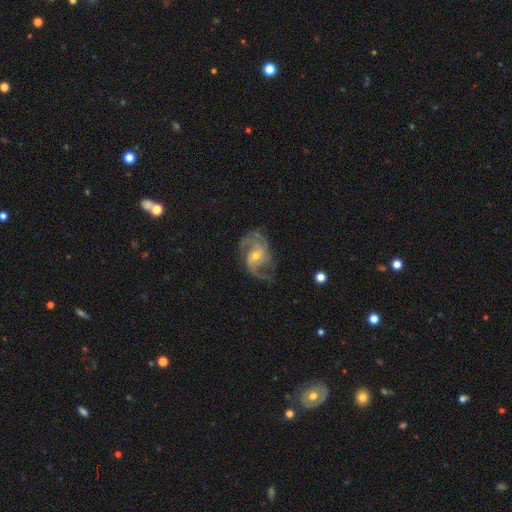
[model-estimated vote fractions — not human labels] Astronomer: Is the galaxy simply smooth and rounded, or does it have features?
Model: featured or disk — 90%.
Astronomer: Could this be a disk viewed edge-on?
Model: no — 97%.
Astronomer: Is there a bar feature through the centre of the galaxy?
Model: no — 47% (runner-up: weak, 41%).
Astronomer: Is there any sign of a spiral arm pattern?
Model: yes — 97%.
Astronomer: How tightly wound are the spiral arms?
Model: medium — 51% (runner-up: tight, 27%).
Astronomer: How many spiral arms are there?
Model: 2 — 52%.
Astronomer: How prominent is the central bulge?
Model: moderate — 49% (runner-up: small, 47%).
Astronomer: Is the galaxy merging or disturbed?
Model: none — 67%.